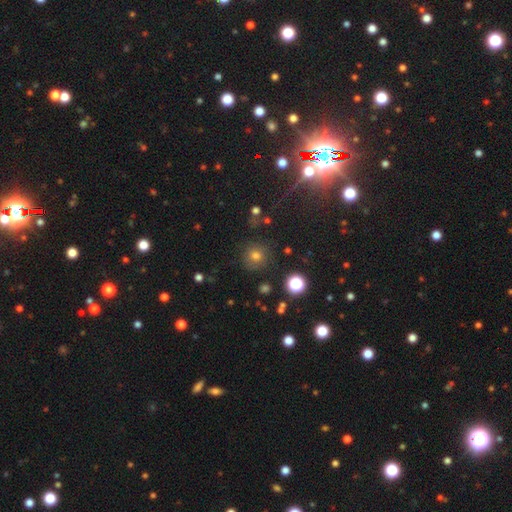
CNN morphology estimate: The model was most divided on "smooth or featured": smooth: 64%, star or artifact: 26%, featured or disk: 10%. More confident: how rounded — round (91%); merging — none (83%).